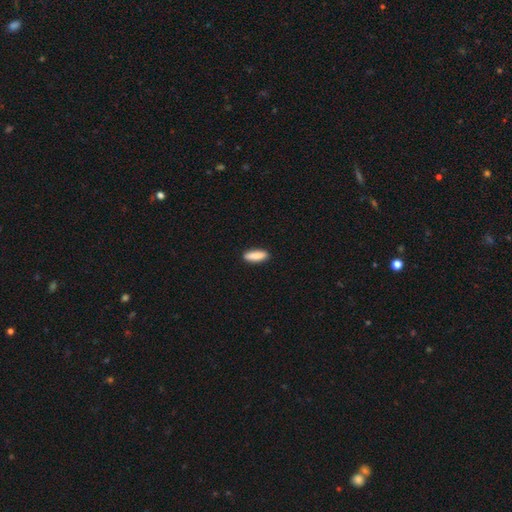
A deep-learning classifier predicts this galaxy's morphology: Q: Smooth or featured?
A: smooth (89%); runner-up: star or artifact (6%)
Q: How rounded?
A: in between (52%); runner-up: cigar-shaped (46%)
Q: Merging?
A: none (90%); runner-up: minor disturbance (7%)